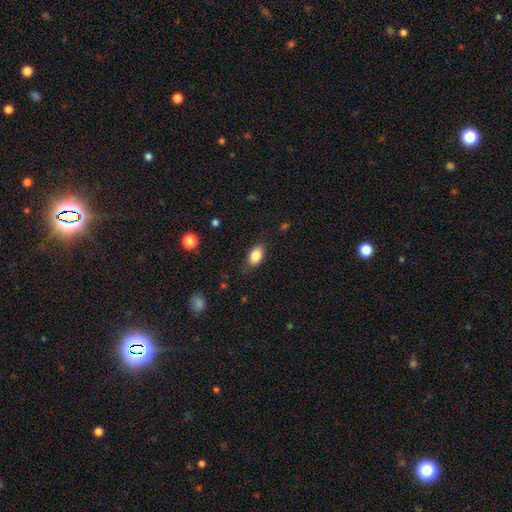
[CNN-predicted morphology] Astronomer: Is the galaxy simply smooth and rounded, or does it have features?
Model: smooth — 86%.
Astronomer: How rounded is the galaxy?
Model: in between — 87%.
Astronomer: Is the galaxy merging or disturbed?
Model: none — 79%.